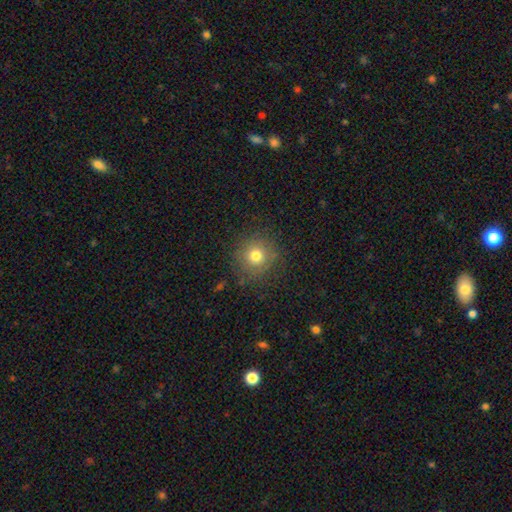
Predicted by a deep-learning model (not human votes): This appears to be a smooth galaxy with no disk features (75%) that is round (93%). Merging: none (84%).